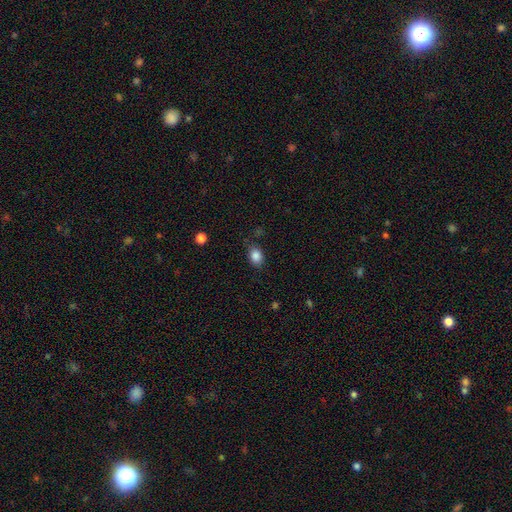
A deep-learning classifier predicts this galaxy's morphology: Smooth or featured? Predicted: smooth (p=0.86). How rounded? Predicted: in between (p=0.64). Merging? Predicted: none (p=0.78).